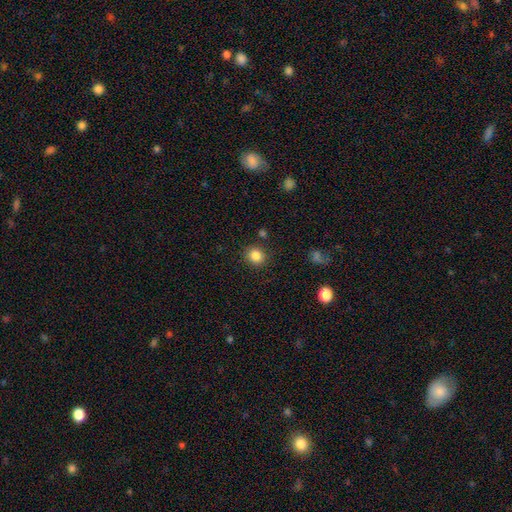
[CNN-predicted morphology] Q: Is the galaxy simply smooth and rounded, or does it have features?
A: smooth — 85%.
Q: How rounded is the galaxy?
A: round — 80%.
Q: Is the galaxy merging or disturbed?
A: none — 86%.